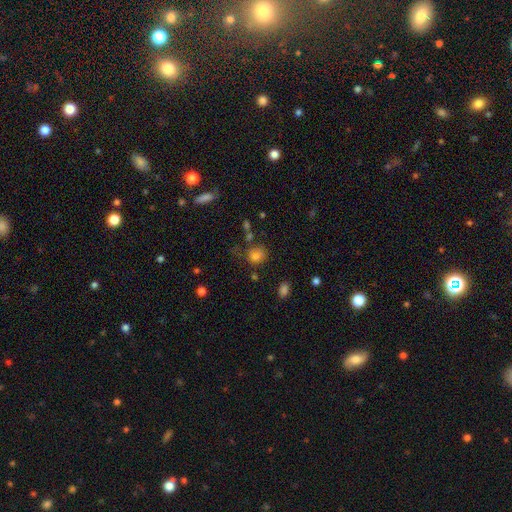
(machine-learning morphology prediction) This appears to be a smooth galaxy with no disk features (77%) that is round (72%). Merging: none (61%).